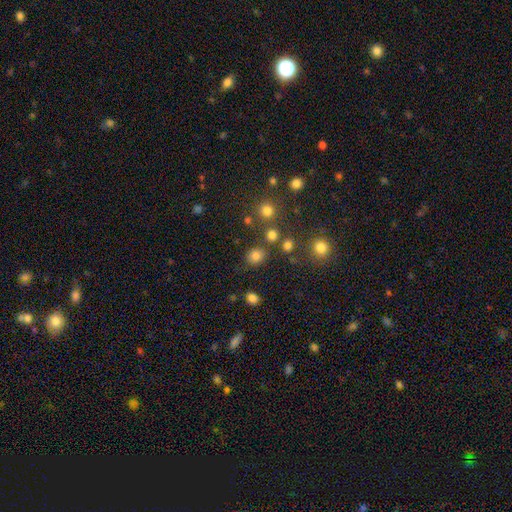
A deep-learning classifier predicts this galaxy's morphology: This is clearly a smooth galaxy (80%). How rounded: likely round (71%). Merging: likely none (77%).